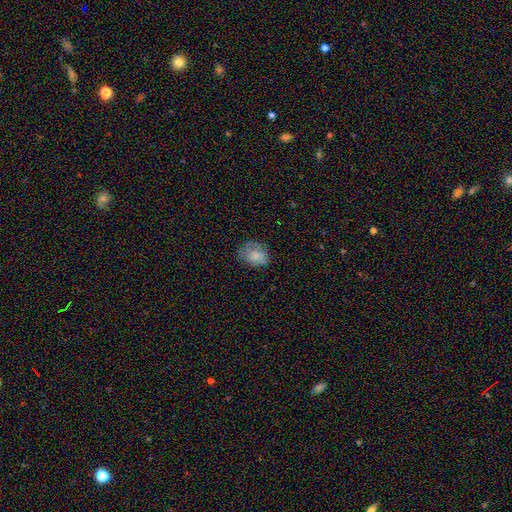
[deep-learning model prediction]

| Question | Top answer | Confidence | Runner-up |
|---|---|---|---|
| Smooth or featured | smooth | 75% | featured or disk (15%) |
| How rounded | in between | 55% | round (44%) |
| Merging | none | 67% | minor disturbance (24%) |